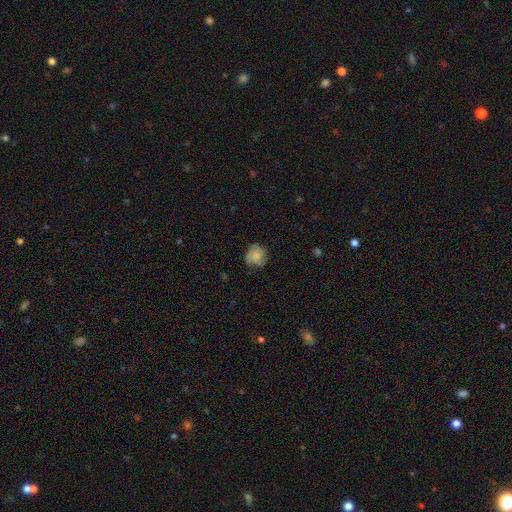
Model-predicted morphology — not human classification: This is likely a smooth galaxy (61%). How rounded: likely round (76%). Merging: likely none (64%).